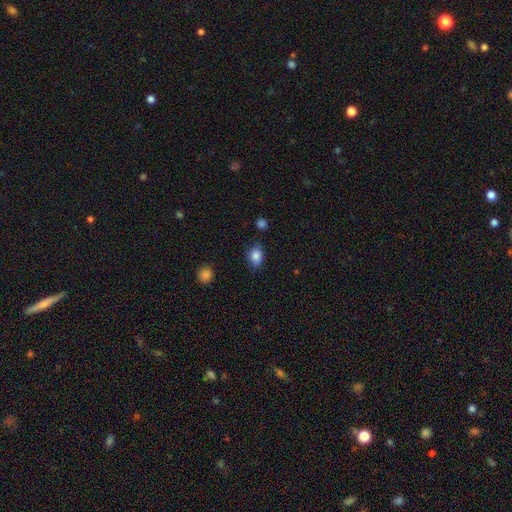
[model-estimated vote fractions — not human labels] The model was most divided on "how rounded": in between: 66%, round: 33%, cigar-shaped: 1%. More confident: smooth or featured — smooth (85%); merging — none (77%).